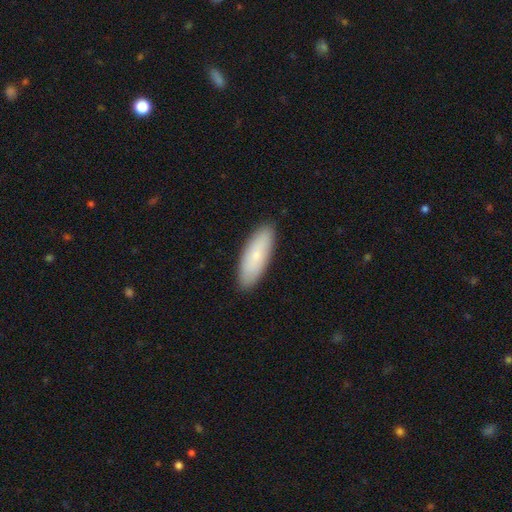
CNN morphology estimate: Smooth or featured: smooth — 78% (featured or disk — 16%)
How rounded: in between — 64% (cigar-shaped — 34%)
Merging: none — 89% (minor disturbance — 8%)